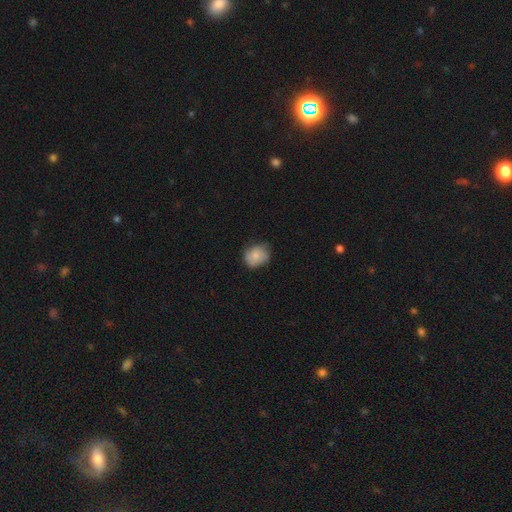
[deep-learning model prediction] This appears to be a smooth galaxy with no disk features (77%) that is round (64%). Merging: none (67%).